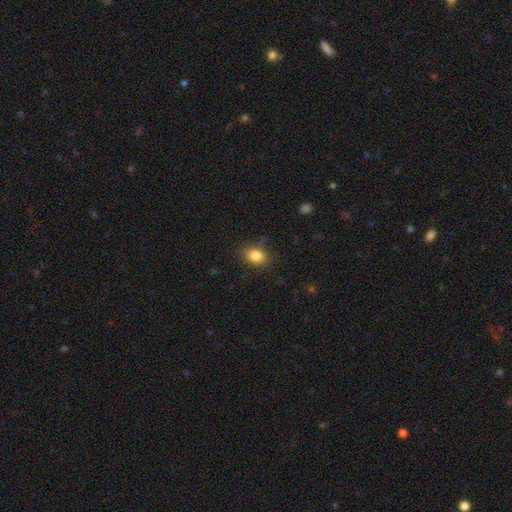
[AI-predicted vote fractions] A smooth galaxy with no disk features (84%) that is in between round and cigar-shaped (68%). Merging: none (80%).